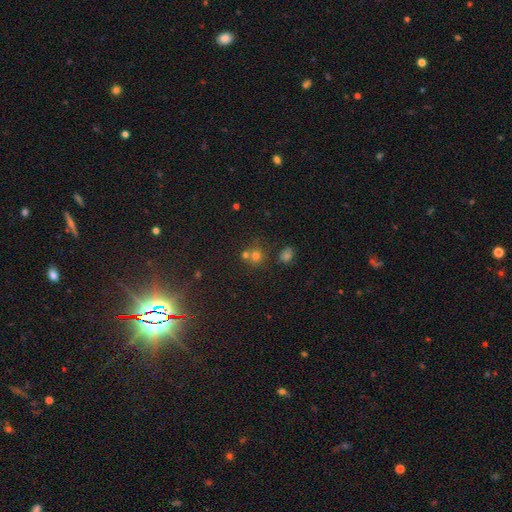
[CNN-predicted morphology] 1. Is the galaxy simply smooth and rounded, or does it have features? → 64% smooth, 25% star or artifact, 11% featured or disk.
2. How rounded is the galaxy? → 87% round, 12% in between, 1% cigar-shaped.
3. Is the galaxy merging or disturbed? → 56% none, 31% merger, 9% minor disturbance, 4% major disturbance.